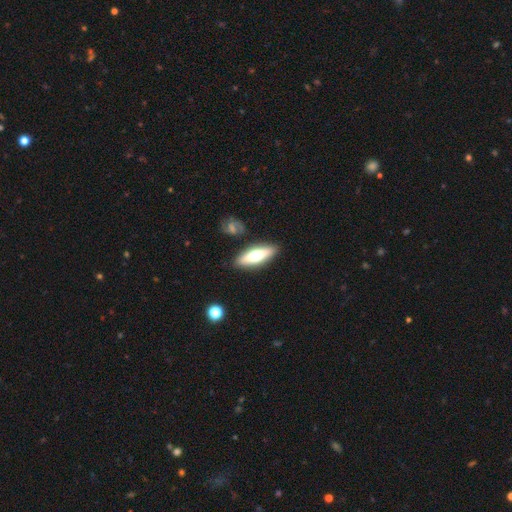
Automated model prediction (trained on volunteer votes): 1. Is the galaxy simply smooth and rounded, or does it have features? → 54% smooth, 40% featured or disk, 6% star or artifact.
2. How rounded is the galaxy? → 49% in between, 48% cigar-shaped, 2% round.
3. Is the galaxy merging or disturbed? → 86% none, 9% minor disturbance, 3% merger, 2% major disturbance.